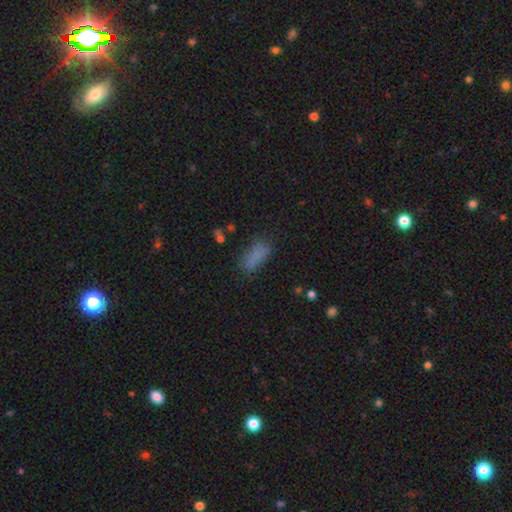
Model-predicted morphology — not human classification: smooth_or_featured: smooth (p=0.78) [alt: star or artifact p=0.13]
how_rounded: in between (p=0.79) [alt: cigar-shaped p=0.17]
merging: none (p=0.66) [alt: minor disturbance p=0.21]